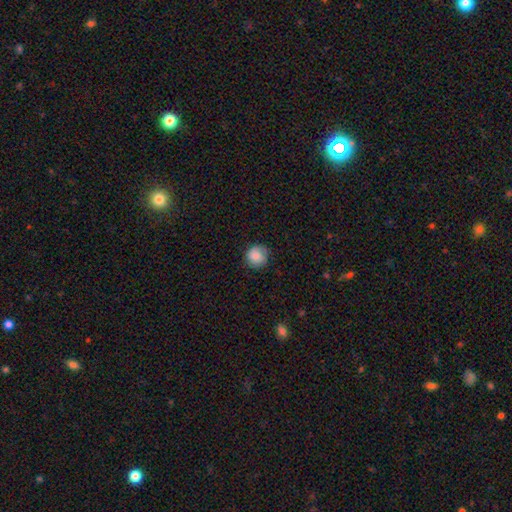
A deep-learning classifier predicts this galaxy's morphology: Smooth or featured: smooth — 85% (star or artifact — 8%)
How rounded: round — 90% (in between — 9%)
Merging: none — 81% (minor disturbance — 15%)